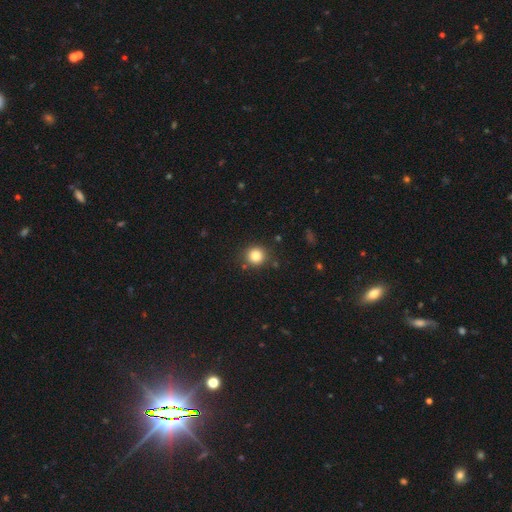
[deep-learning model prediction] smooth_or_featured: smooth (p=0.83) [alt: star or artifact p=0.11]
how_rounded: round (p=0.92) [alt: in between p=0.07]
merging: none (p=0.87) [alt: minor disturbance p=0.08]